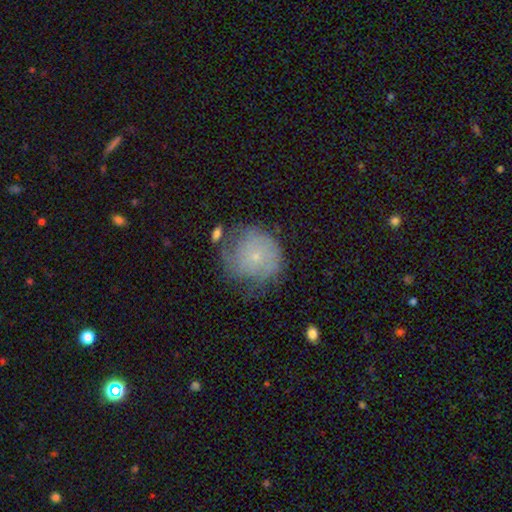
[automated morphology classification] smooth 49%, featured or disk 42%, star or artifact 9%. Down the decision tree: merging — none (50%).